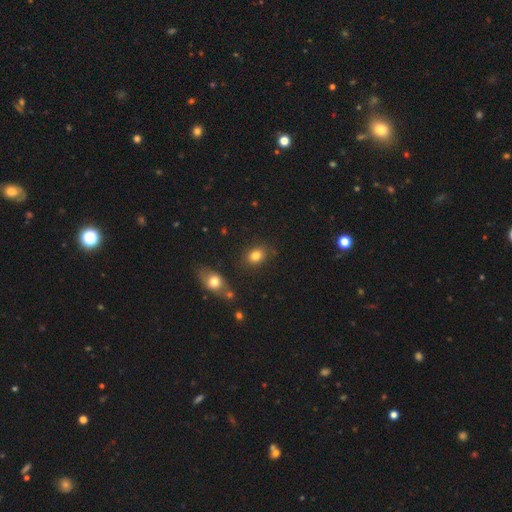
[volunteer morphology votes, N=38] smooth_or_featured: smooth (p=0.87) [alt: featured or disk p=0.08]
how_rounded: in between (p=0.70) [alt: round p=0.30]
merging: none (p=0.83) [alt: minor disturbance p=0.11]